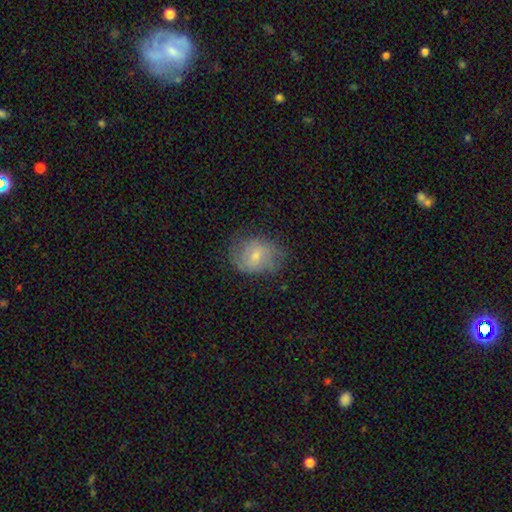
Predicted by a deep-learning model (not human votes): A smooth galaxy with no disk features (56%) that is round (55%). Merging: none (60%).